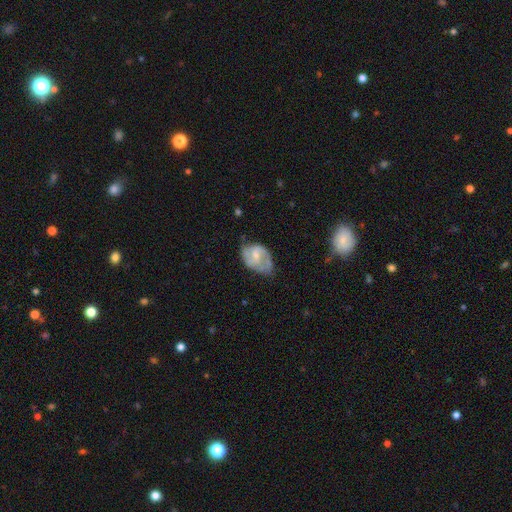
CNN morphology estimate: type=featured or disk (64%); edge-on=no (97%); bar=no (47%); spiral arms=yes (79%); bulge=small (47%); merging=none (45%).